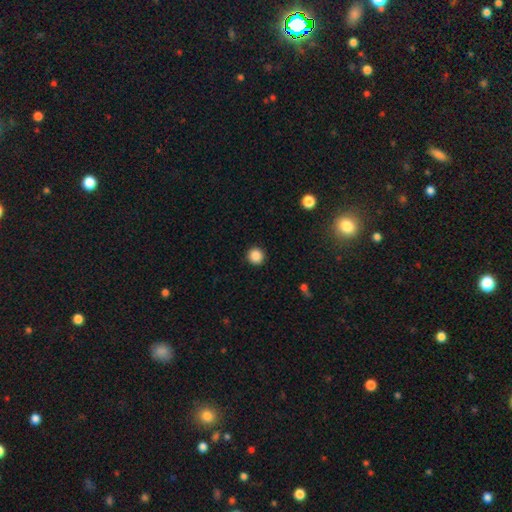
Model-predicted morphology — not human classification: This appears to be a smooth galaxy with no disk features (87%) that is round (95%). Merging: none (92%).